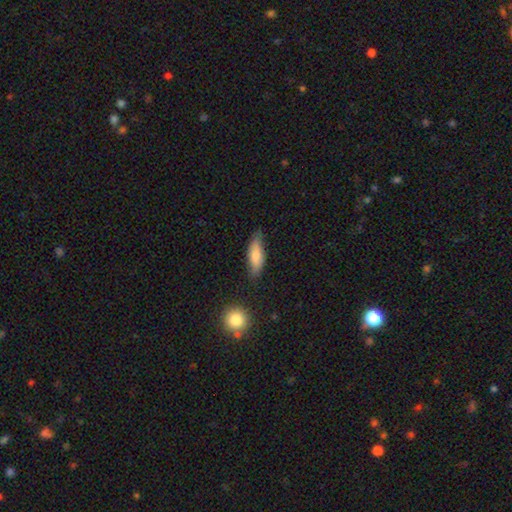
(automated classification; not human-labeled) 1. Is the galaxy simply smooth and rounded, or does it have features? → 73% smooth, 20% featured or disk, 7% star or artifact.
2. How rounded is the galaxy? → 60% in between, 37% cigar-shaped, 2% round.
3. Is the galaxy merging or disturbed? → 67% none, 25% minor disturbance, 5% major disturbance, 3% merger.